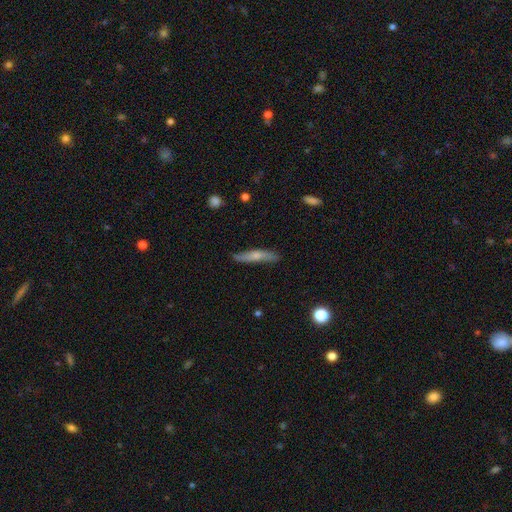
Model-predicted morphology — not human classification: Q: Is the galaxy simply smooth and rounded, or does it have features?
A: smooth — 50%.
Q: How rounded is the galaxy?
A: cigar-shaped — 85%.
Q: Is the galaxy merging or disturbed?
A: none — 78%.